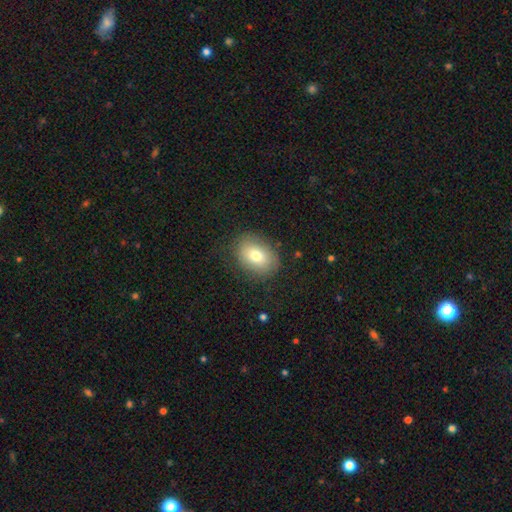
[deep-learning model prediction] smooth-or-featured: smooth: 75% | featured or disk: 15% | star or artifact: 10%
  how-rounded: in between: 66% | round: 33% | cigar-shaped: 1%
  merging: none: 82% | minor disturbance: 13% | major disturbance: 5% | merger: 1%